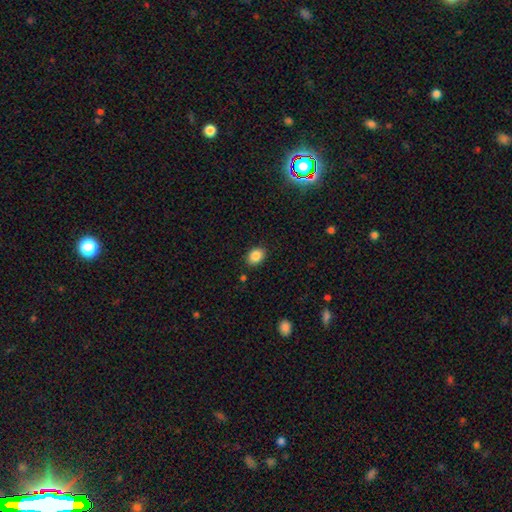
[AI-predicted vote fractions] A smooth galaxy with no disk features (87%) that is in between round and cigar-shaped (67%). Merging: none (87%).